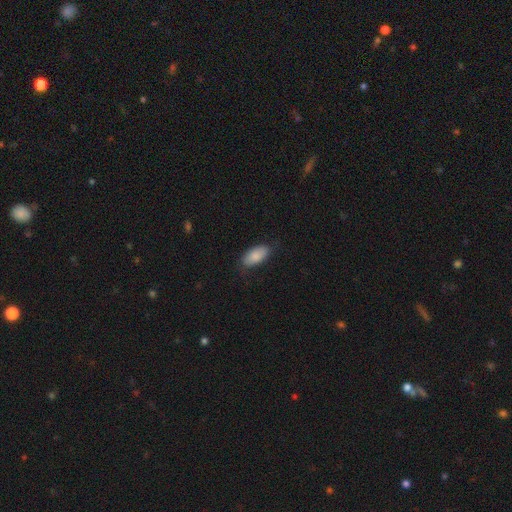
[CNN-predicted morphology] Overall: smooth (86%). How rounded: in between (92%). Merging: none (80%).